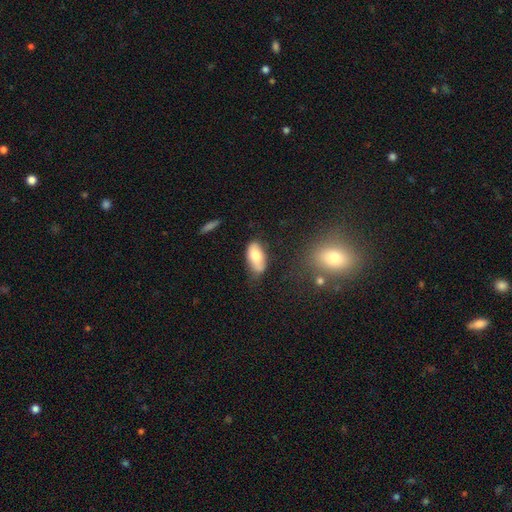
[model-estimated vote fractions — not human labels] A smooth galaxy with no disk features (74%) that is in between round and cigar-shaped (91%). Merging: none (56%).